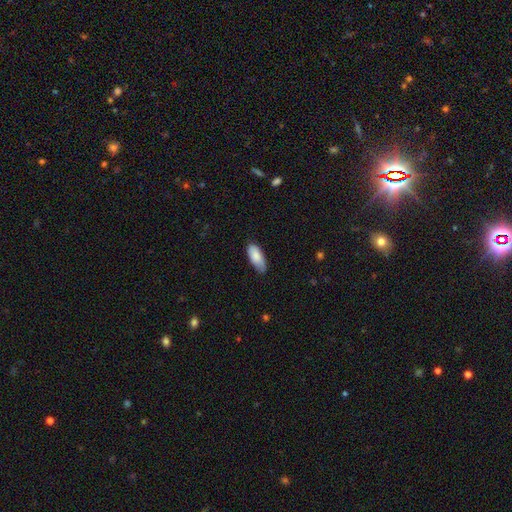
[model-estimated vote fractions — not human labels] Overall: smooth (86%). How rounded: in between (83%). Merging: none (68%).